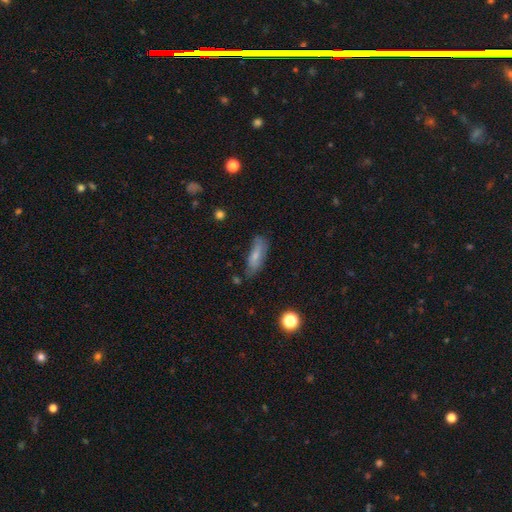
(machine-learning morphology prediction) Smooth or featured? Predicted: smooth (p=0.64). How rounded? Predicted: in between (p=0.59). Merging? Predicted: none (p=0.66).